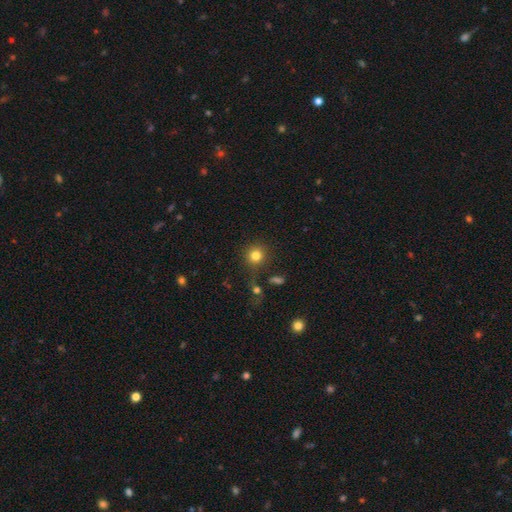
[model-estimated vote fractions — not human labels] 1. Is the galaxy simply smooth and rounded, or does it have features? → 81% smooth, 13% star or artifact, 7% featured or disk.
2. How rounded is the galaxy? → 92% round, 7% in between, 1% cigar-shaped.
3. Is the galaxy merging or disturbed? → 79% none, 9% minor disturbance, 6% merger, 5% major disturbance.